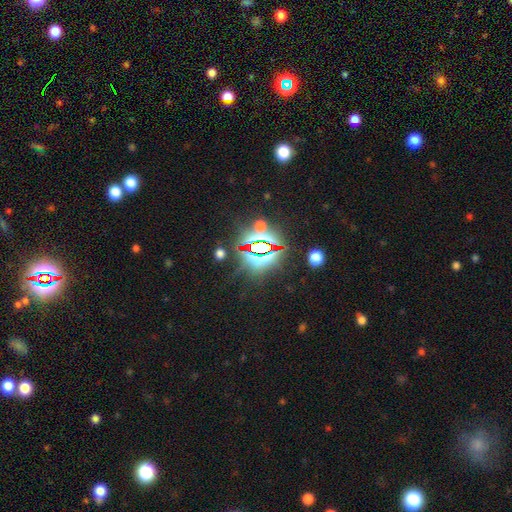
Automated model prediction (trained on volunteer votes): Smooth or featured?
  - star or artifact: 83% *
  - smooth: 10%
  - featured or disk: 7%